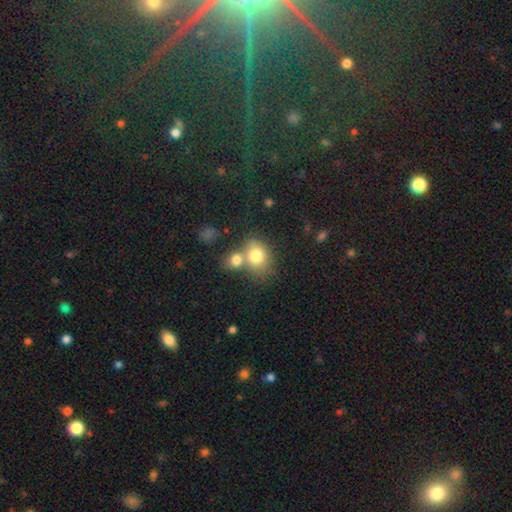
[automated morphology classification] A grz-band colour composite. It shows a smooth galaxy with no disk features (77%) that is round (51%). Merging: merger (46%).